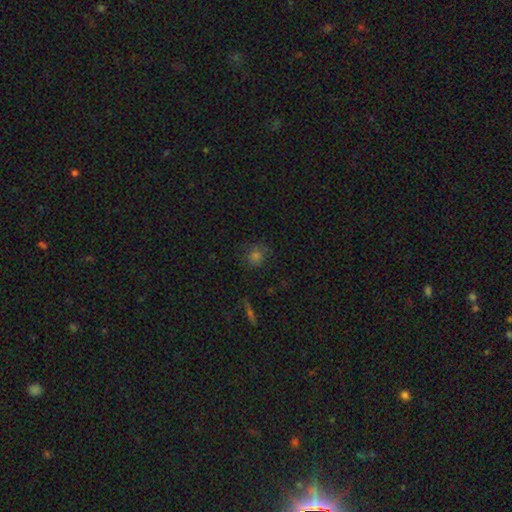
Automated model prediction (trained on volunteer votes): Smooth or featured? Predicted: smooth (p=0.65). How rounded? Predicted: round (p=0.87). Merging? Predicted: none (p=0.75).